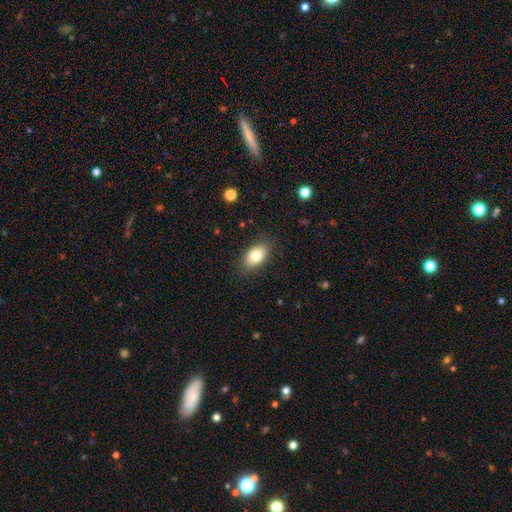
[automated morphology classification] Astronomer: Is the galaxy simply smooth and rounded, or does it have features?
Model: smooth — 81%.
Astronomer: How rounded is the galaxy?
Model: in between — 91%.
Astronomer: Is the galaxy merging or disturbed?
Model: none — 85%.